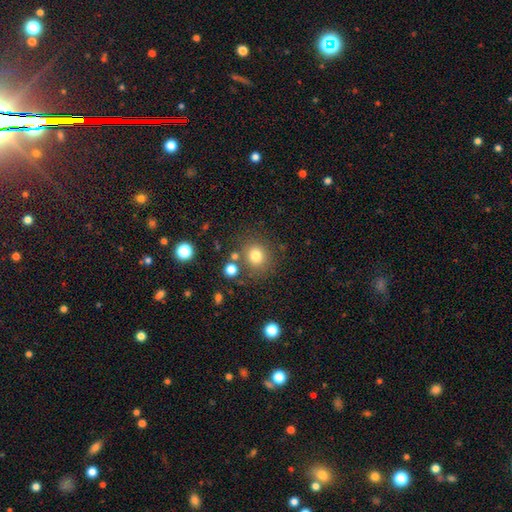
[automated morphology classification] Smooth or featured: smooth — 78% (star or artifact — 14%)
How rounded: round — 86% (in between — 13%)
Merging: none — 78% (minor disturbance — 10%)